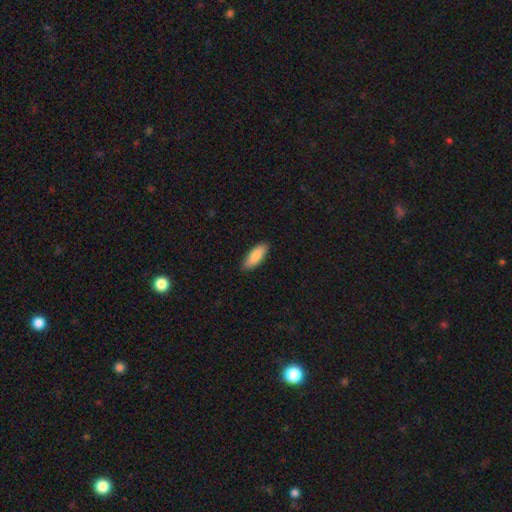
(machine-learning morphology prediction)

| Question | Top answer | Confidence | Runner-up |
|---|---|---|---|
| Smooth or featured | smooth | 86% | featured or disk (8%) |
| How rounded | in between | 72% | cigar-shaped (27%) |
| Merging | none | 88% | minor disturbance (9%) |